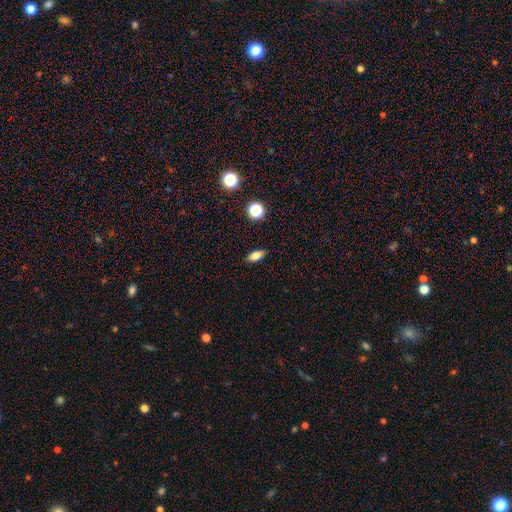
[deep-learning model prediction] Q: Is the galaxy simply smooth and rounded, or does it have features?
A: smooth — 78%.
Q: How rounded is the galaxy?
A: in between — 82%.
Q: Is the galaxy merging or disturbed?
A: none — 87%.